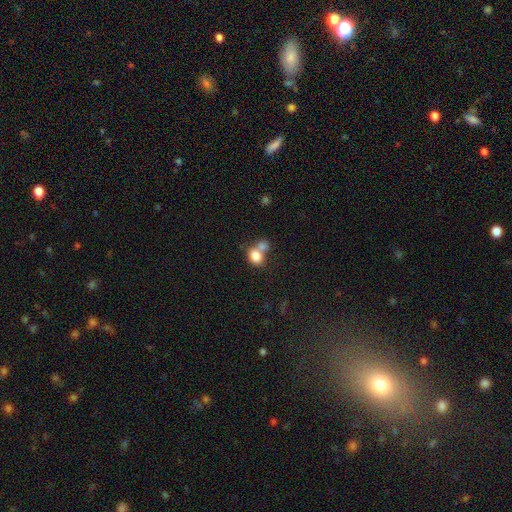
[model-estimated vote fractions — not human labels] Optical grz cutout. It shows a smooth galaxy with no disk features (81%) that is in between round and cigar-shaped (56%). Merging: merger (54%).